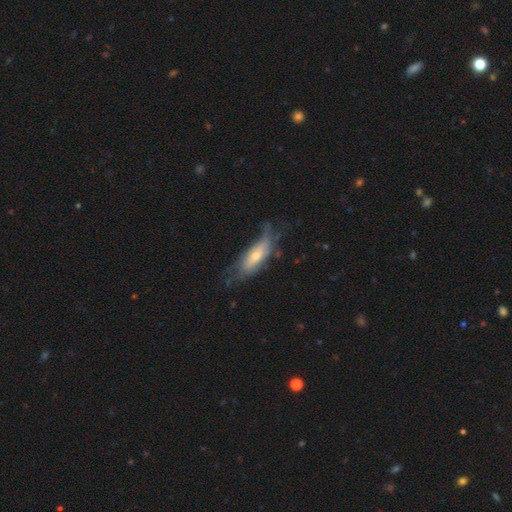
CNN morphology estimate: Smooth or featured? featured or disk (51%)
Edge-on disk? no (66%)
Merging? none (45%)